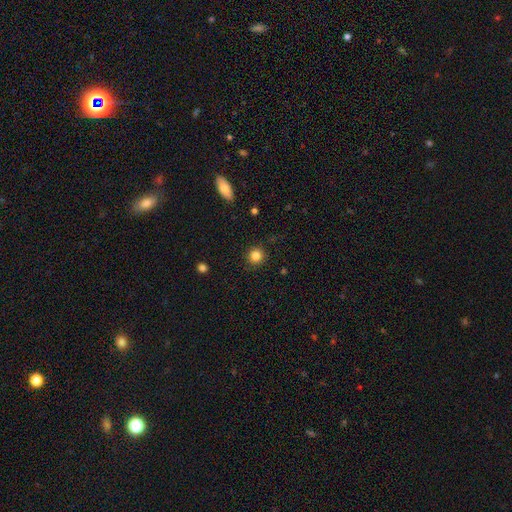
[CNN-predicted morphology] This is clearly a smooth galaxy (83%). How rounded: clearly round (93%). Merging: clearly none (91%).